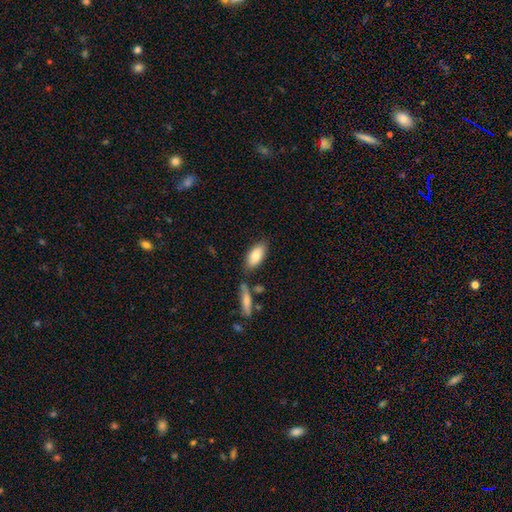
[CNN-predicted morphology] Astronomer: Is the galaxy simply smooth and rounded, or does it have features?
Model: smooth — 82%.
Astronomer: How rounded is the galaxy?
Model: in between — 88%.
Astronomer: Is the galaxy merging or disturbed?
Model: none — 73%.